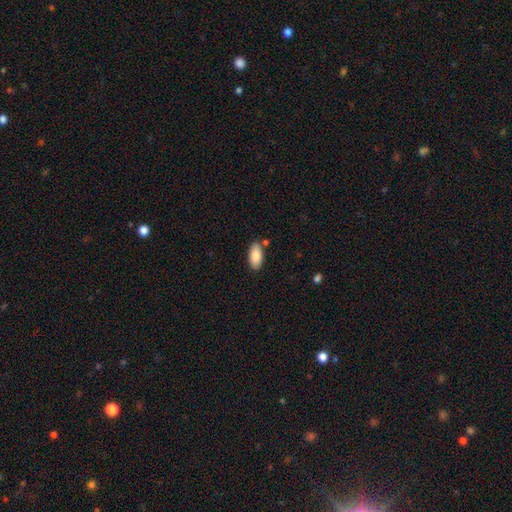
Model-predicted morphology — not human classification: Smooth or featured? Predicted: smooth (p=0.87). How rounded? Predicted: in between (p=0.92). Merging? Predicted: none (p=0.81).